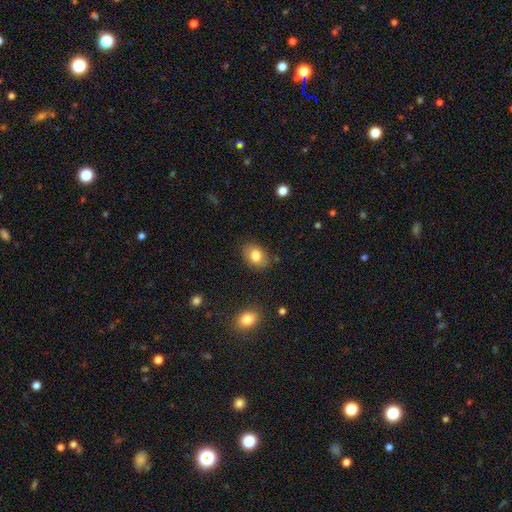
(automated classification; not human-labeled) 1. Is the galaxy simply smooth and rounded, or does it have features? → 82% smooth, 10% featured or disk, 8% star or artifact.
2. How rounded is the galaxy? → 75% in between, 24% round, 1% cigar-shaped.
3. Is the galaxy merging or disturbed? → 83% none, 12% minor disturbance, 3% major disturbance, 2% merger.